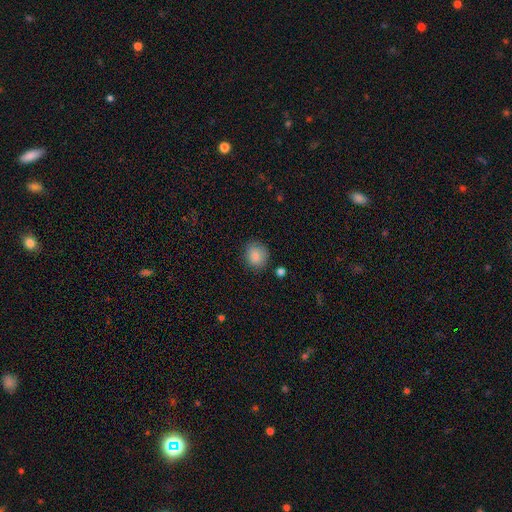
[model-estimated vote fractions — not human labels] This appears to be a smooth galaxy with no disk features (87%) that is round (79%). Merging: none (83%).